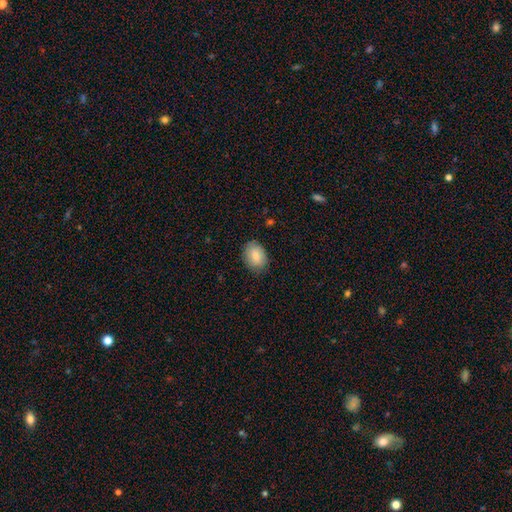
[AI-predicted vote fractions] Smooth or featured? smooth (85%)
How rounded? in between (77%)
Merging? none (81%)